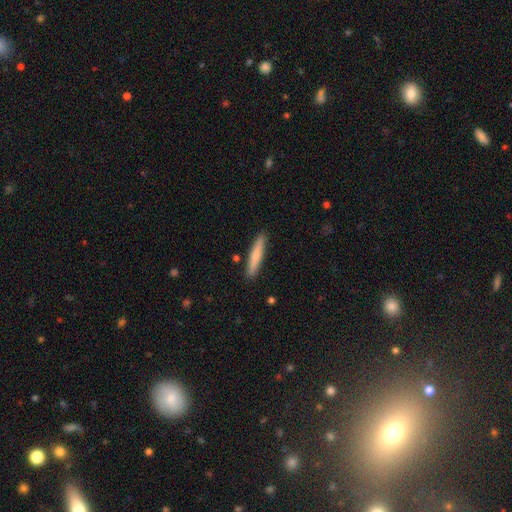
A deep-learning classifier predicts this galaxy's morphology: Smooth or featured? Predicted: smooth (p=0.74). How rounded? Predicted: cigar-shaped (p=0.94). Merging? Predicted: none (p=0.90).